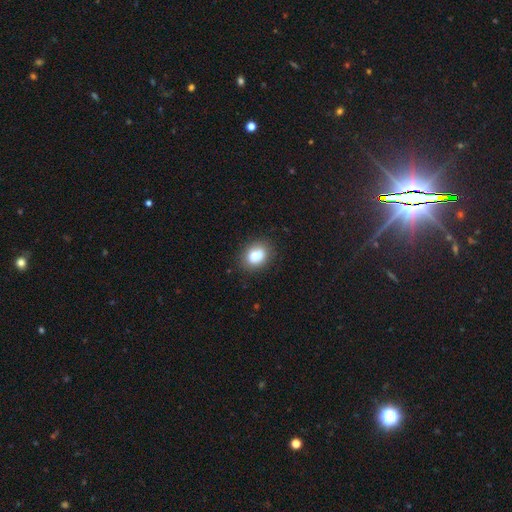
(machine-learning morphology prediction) Smooth or featured: smooth — 82% (star or artifact — 9%)
How rounded: in between — 65% (round — 34%)
Merging: none — 77% (minor disturbance — 15%)